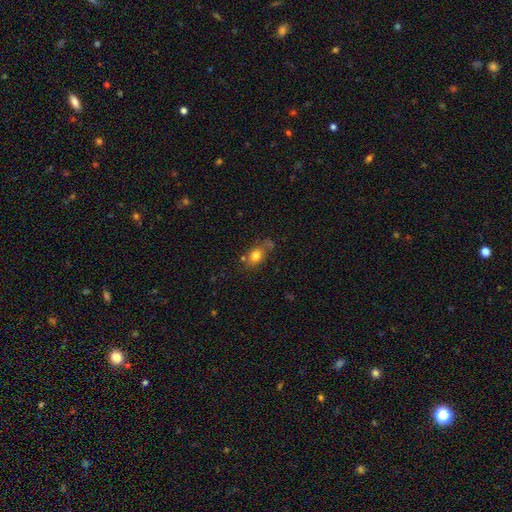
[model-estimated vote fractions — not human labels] smooth 78%, featured or disk 12%, star or artifact 11%. Down the decision tree: how rounded — in between (60%); merging — none (60%).